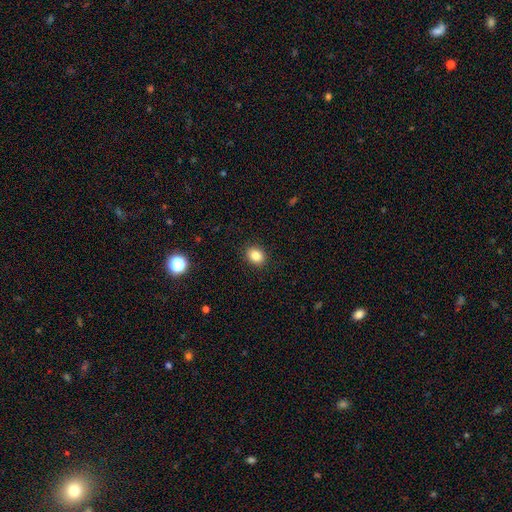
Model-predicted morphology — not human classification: A smooth galaxy with no disk features (84%) that is in between round and cigar-shaped (50%).

Vote fractions:
- Smooth or featured? smooth: 84% / star or artifact: 11% / featured or disk: 5%
- How rounded? in between: 50% / round: 49% / cigar-shaped: 1%
- Merging? none: 90% / minor disturbance: 7% / major disturbance: 2% / merger: 1%